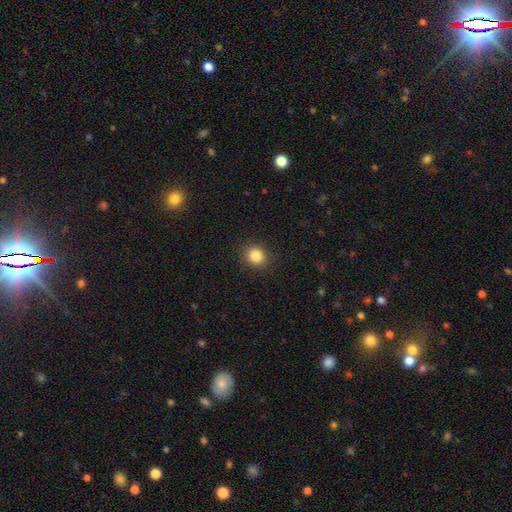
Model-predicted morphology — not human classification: Smooth or featured: smooth — 85% (star or artifact — 11%)
How rounded: round — 83% (in between — 16%)
Merging: none — 90% (minor disturbance — 7%)